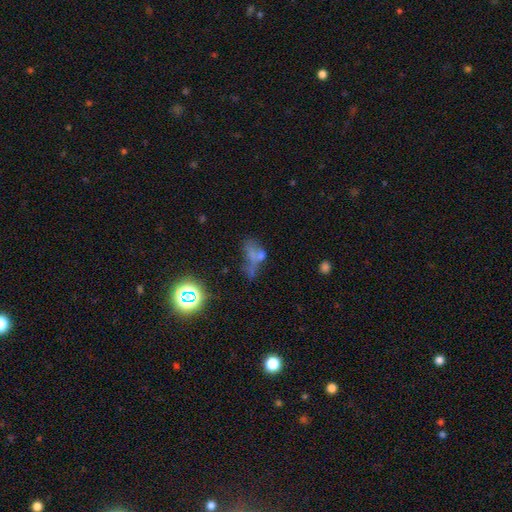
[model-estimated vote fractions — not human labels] Smooth or featured?
  - smooth: 51% *
  - featured or disk: 26%
  - star or artifact: 23%
How rounded?
  - in between: 74% *
  - round: 14%
  - cigar-shaped: 11%
Merging?
  - merger: 37% *
  - major disturbance: 24%
  - none: 24%
  - minor disturbance: 15%